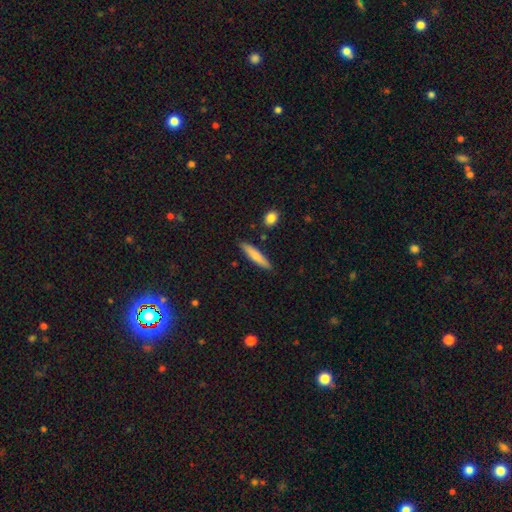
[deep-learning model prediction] A smooth galaxy with no disk features (73%) that is cigar-shaped (85%).

Vote fractions:
- Smooth or featured? smooth: 73% / featured or disk: 21% / star or artifact: 6%
- How rounded? cigar-shaped: 85% / in between: 13% / round: 2%
- Merging? none: 87% / minor disturbance: 9% / merger: 3% / major disturbance: 2%